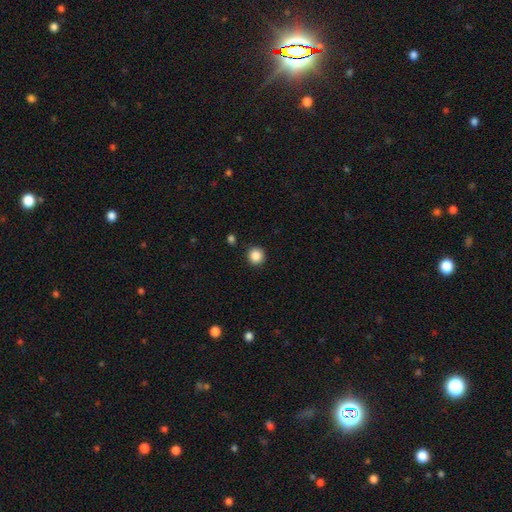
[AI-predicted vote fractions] smooth-or-featured: smooth: 88% | star or artifact: 10% | featured or disk: 3%
  how-rounded: round: 93% | in between: 6% | cigar-shaped: 1%
  merging: none: 90% | minor disturbance: 6% | major disturbance: 2% | merger: 2%